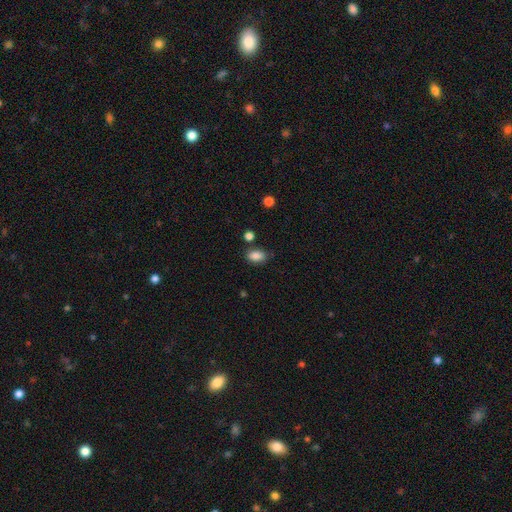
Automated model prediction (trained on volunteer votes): Overall: smooth (86%). How rounded: in between (89%). Merging: none (78%).